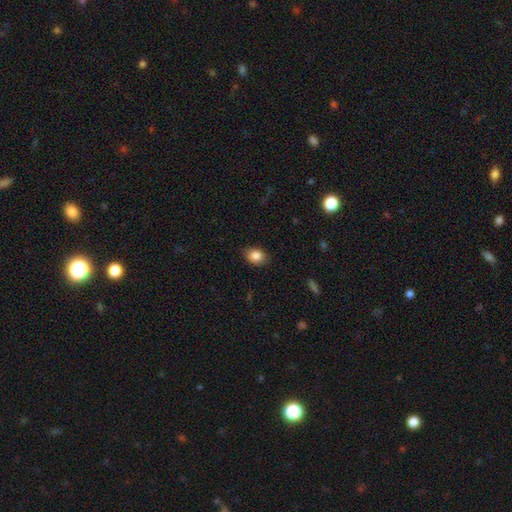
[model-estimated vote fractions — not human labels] The model was most divided on "how rounded": in between: 68%, round: 31%, cigar-shaped: 1%. More confident: smooth or featured — smooth (85%); merging — none (84%).